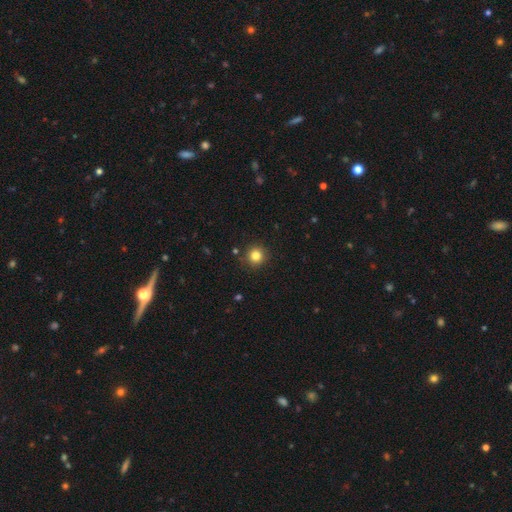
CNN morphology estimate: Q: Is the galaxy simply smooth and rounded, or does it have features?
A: smooth — 82%.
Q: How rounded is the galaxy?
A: round — 94%.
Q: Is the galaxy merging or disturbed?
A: none — 90%.